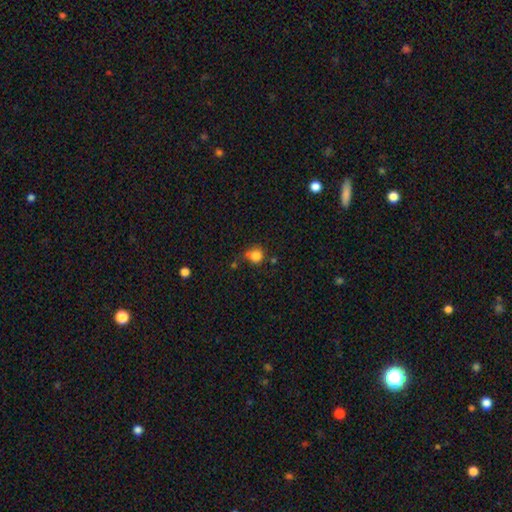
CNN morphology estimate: This appears to be a smooth galaxy with no disk features (83%) that is round (87%). Merging: none (59%).